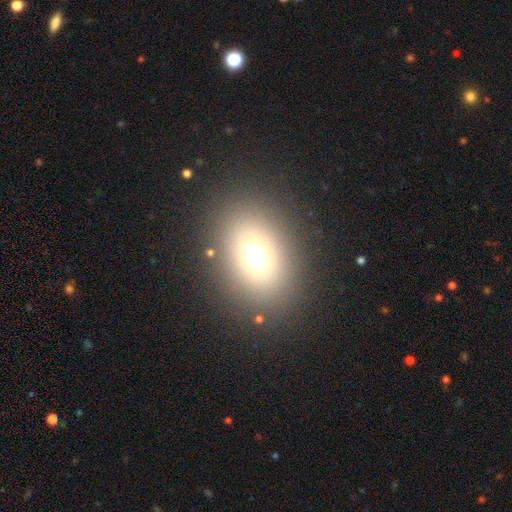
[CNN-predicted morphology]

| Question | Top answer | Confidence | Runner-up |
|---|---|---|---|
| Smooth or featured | smooth | 63% | star or artifact (20%) |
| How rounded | in between | 66% | round (32%) |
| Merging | none | 84% | minor disturbance (9%) |